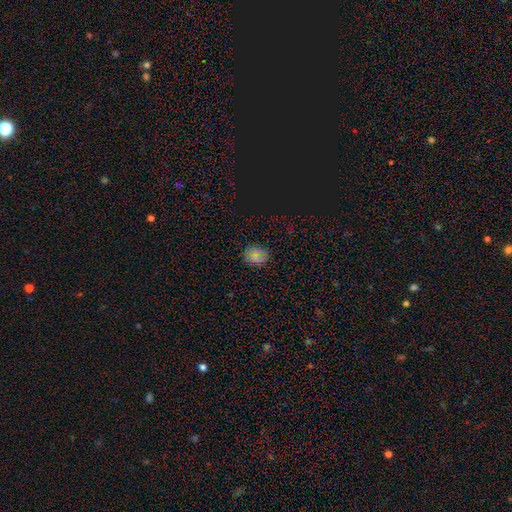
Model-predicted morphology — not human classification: A smooth galaxy with no disk features (71%) that is round (55%). Merging: none (84%).